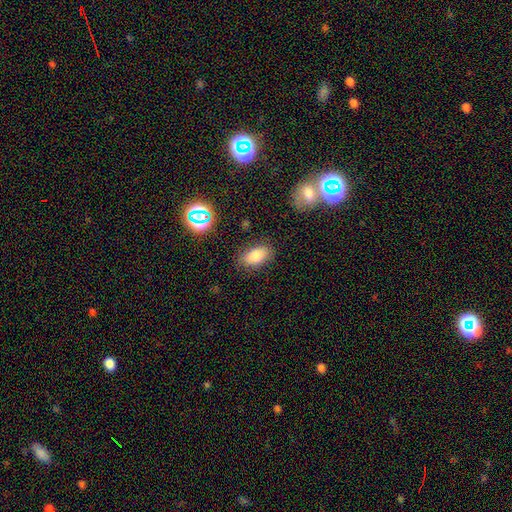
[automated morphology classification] smooth 78%, star or artifact 11%, featured or disk 10%. Down the decision tree: how rounded — in between (90%); merging — none (80%).